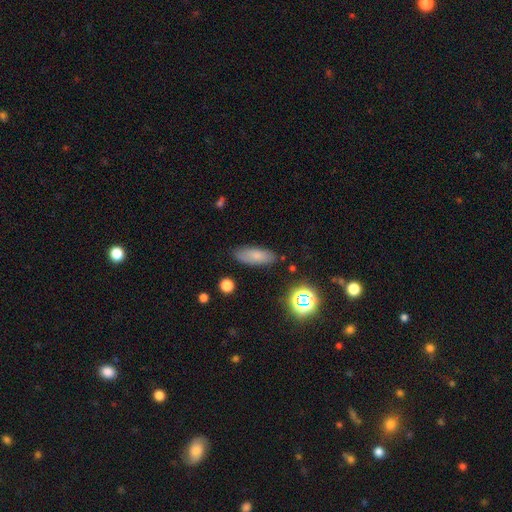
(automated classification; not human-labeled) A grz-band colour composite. It shows a smooth galaxy with no disk features (77%) that is in between round and cigar-shaped (73%). Merging: none (84%).